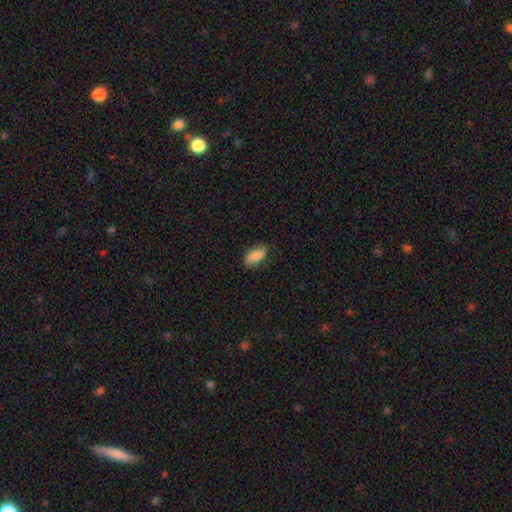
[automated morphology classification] Smooth or featured? Predicted: smooth (p=0.84). How rounded? Predicted: in between (p=0.90). Merging? Predicted: none (p=0.79).